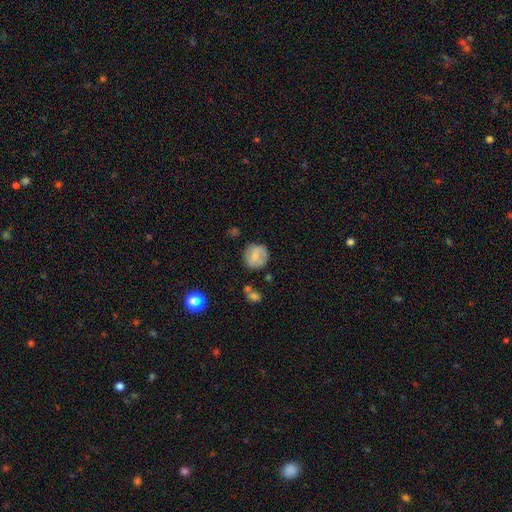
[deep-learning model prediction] This is possibly a smooth galaxy (60%). How rounded: clearly round (86%). Merging: likely none (73%).